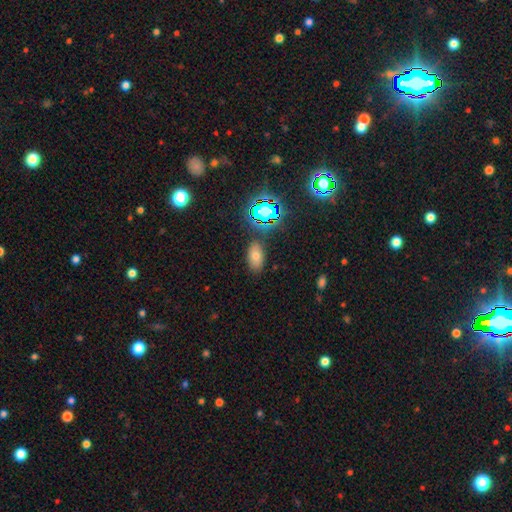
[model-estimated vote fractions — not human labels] The model was most divided on "smooth or featured": smooth: 59%, star or artifact: 29%, featured or disk: 12%. More confident: how rounded — in between (89%); merging — none (85%).